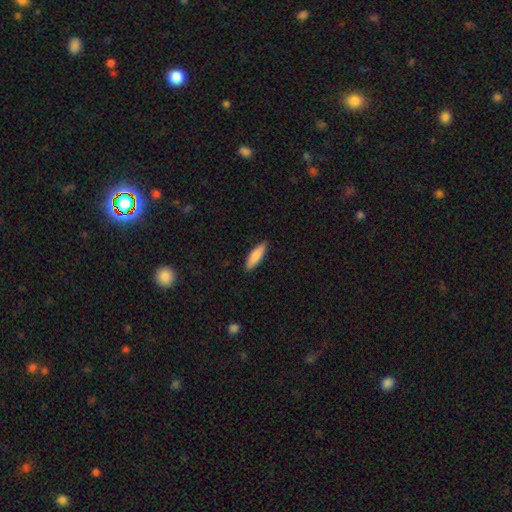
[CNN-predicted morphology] smooth_or_featured: smooth (p=0.84) [alt: featured or disk p=0.11]
how_rounded: cigar-shaped (p=0.59) [alt: in between p=0.40]
merging: none (p=0.89) [alt: minor disturbance p=0.09]